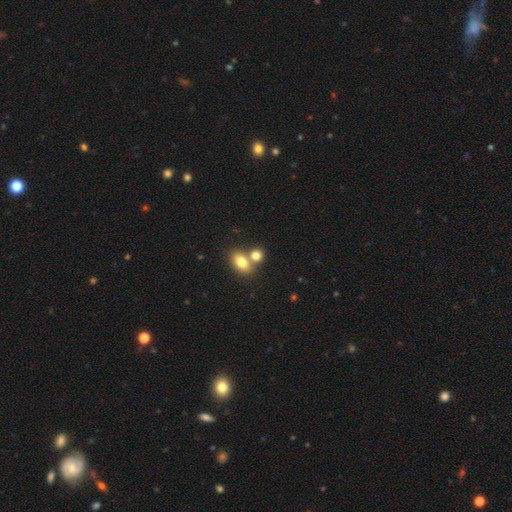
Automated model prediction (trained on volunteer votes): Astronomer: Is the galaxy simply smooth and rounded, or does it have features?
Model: smooth — 79%.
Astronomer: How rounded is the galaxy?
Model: in between — 59% (runner-up: round, 39%).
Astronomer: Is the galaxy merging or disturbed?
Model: merger — 46% (runner-up: none, 43%).